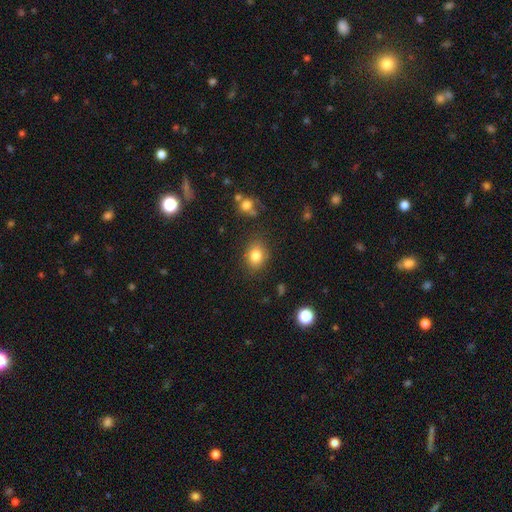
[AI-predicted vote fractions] This is clearly a smooth galaxy (82%). How rounded: possibly in between (52%). Merging: clearly none (83%).